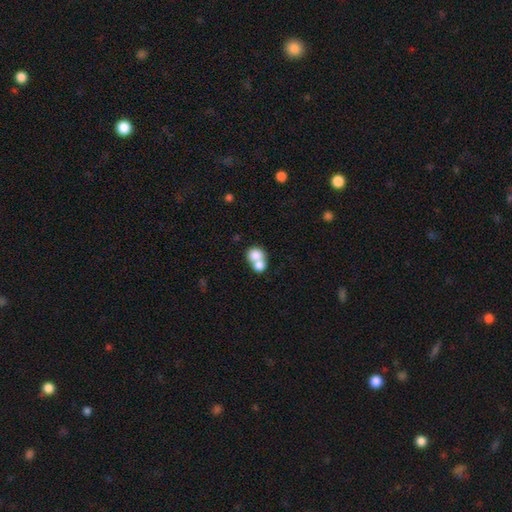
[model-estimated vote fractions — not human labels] The model was most divided on "how rounded": round: 68%, in between: 31%, cigar-shaped: 1%. More confident: smooth or featured — smooth (78%); merging — merger (67%).